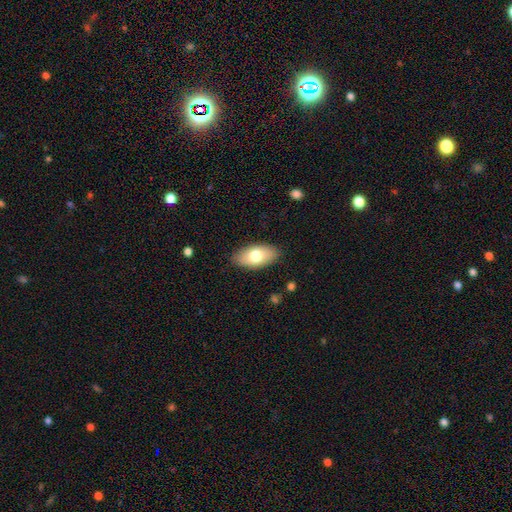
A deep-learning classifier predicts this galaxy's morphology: Q: Smooth or featured?
A: smooth (73%); runner-up: featured or disk (21%)
Q: How rounded?
A: in between (93%); runner-up: cigar-shaped (4%)
Q: Merging?
A: none (86%); runner-up: minor disturbance (11%)